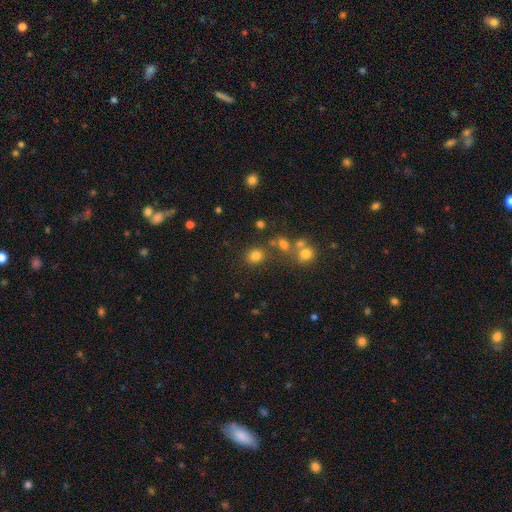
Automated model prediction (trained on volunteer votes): Q: Smooth or featured?
A: smooth (77%); runner-up: star or artifact (16%)
Q: How rounded?
A: round (74%); runner-up: in between (25%)
Q: Merging?
A: none (76%); runner-up: minor disturbance (10%)